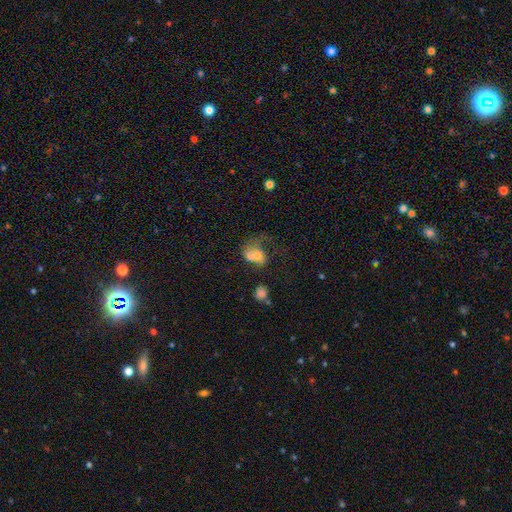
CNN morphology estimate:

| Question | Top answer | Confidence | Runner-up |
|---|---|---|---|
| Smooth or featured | smooth | 58% | featured or disk (31%) |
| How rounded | in between | 55% | round (44%) |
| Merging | merger | 55% | major disturbance (20%) |